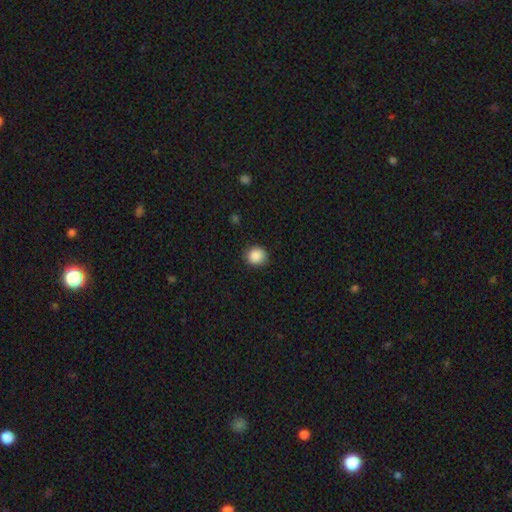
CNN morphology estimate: smooth 88%, star or artifact 9%, featured or disk 3%. Down the decision tree: how rounded — round (87%); merging — none (87%).